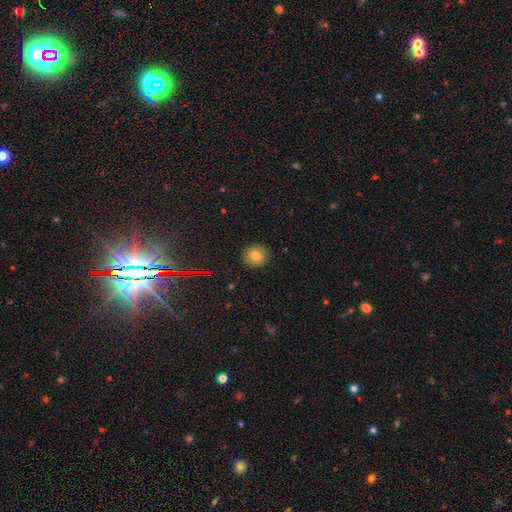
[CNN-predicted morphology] A smooth galaxy with no disk features (77%) that is round (90%).

Vote fractions:
- Smooth or featured? smooth: 77% / star or artifact: 13% / featured or disk: 11%
- How rounded? round: 90% / in between: 9% / cigar-shaped: 1%
- Merging? none: 91% / minor disturbance: 6% / major disturbance: 2% / merger: 1%